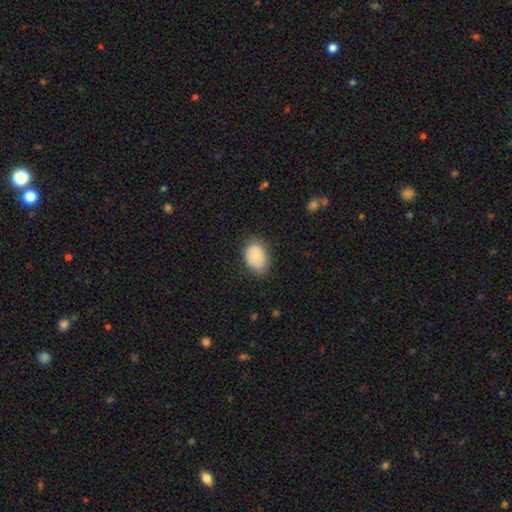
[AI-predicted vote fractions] smooth_or_featured: smooth (p=0.74) [alt: featured or disk p=0.19]
how_rounded: in between (p=0.70) [alt: round p=0.29]
merging: none (p=0.75) [alt: minor disturbance p=0.19]